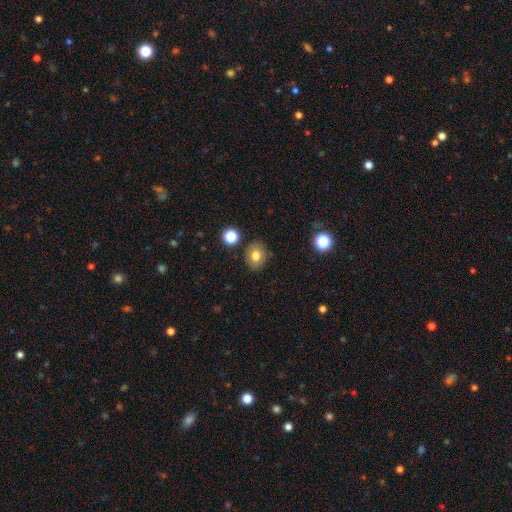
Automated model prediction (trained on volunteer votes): The model was most divided on "how rounded": round: 53%, in between: 46%, cigar-shaped: 1%. More confident: merging — none (85%); smooth or featured — smooth (78%).